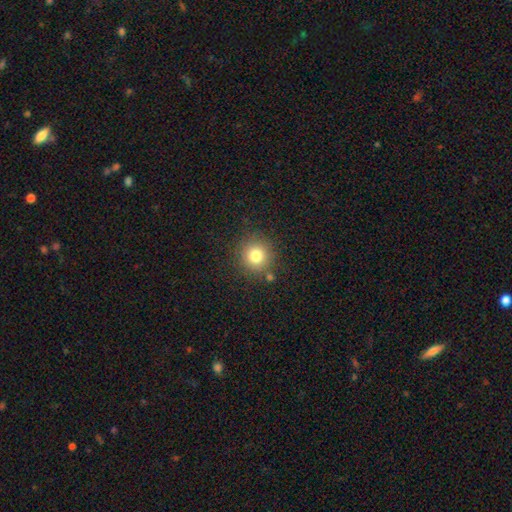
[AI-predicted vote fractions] The model was most divided on "smooth or featured": smooth: 78%, star or artifact: 13%, featured or disk: 9%. More confident: how rounded — round (93%); merging — none (83%).